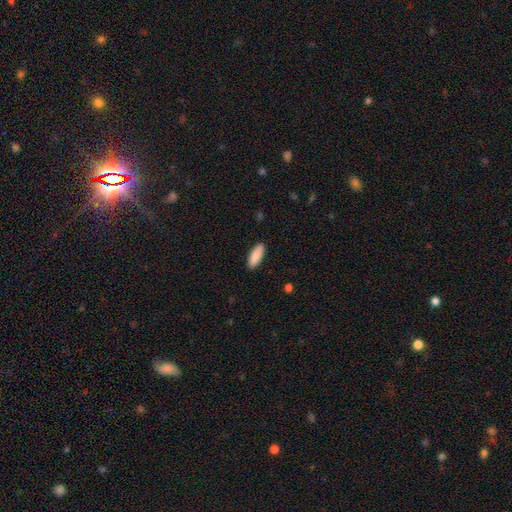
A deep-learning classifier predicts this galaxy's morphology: This is clearly a smooth galaxy (88%). How rounded: likely in between (64%). Merging: clearly none (89%).